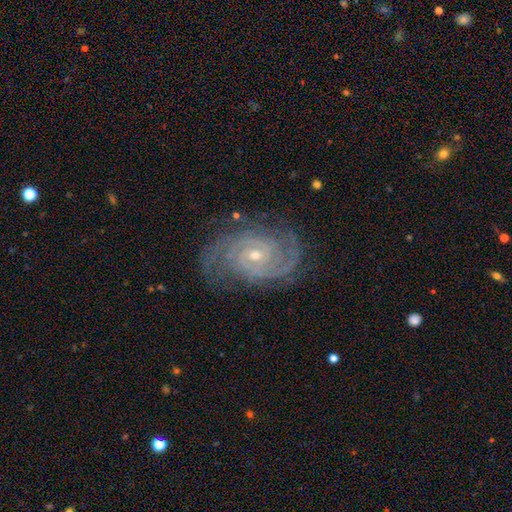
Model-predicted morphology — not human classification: Smooth or featured? Predicted: featured or disk (p=0.90). Edge-on disk? Predicted: no (p=0.97). Bar? Predicted: no (p=0.59). Spiral arms? Predicted: yes (p=0.98). Spiral winding? Predicted: tight (p=0.66). Spiral arm count? Predicted: 2 (p=0.48). Bulge size? Predicted: small (p=0.62). Merging? Predicted: none (p=0.77).